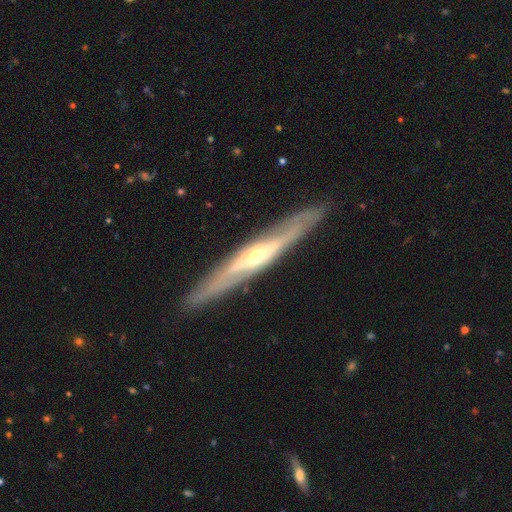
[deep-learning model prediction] smooth-or-featured: featured or disk: 79% | smooth: 16% | star or artifact: 5%
  disk-edge-on: yes: 80% | no: 20%
    edge-on-bulge: rounded: 80% | none: 16% | boxy: 4%
  merging: none: 88% | minor disturbance: 9% | major disturbance: 2% | merger: 1%